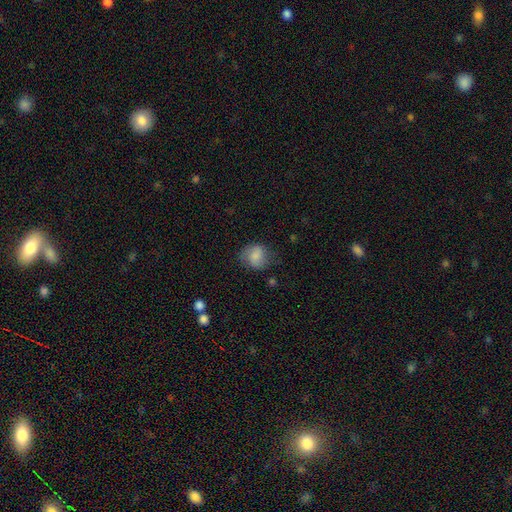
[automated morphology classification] Smooth or featured? smooth (73%)
How rounded? round (68%)
Merging? none (63%)